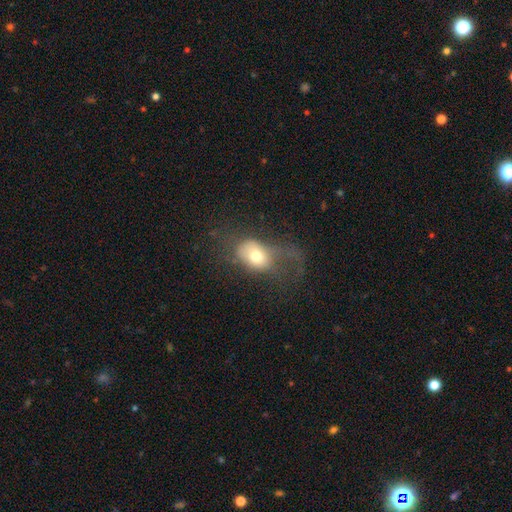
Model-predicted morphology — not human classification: smooth_or_featured: smooth (p=0.67) [alt: featured or disk p=0.23]
how_rounded: in between (p=0.67) [alt: round p=0.31]
merging: major disturbance (p=0.51) [alt: none p=0.27]